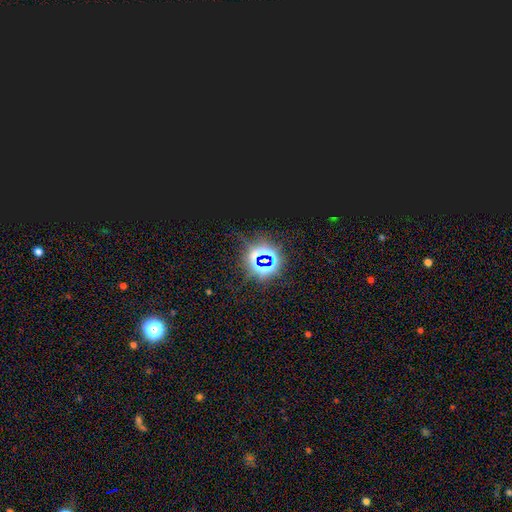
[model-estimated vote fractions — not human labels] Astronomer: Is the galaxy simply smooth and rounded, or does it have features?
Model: star or artifact — 83%.